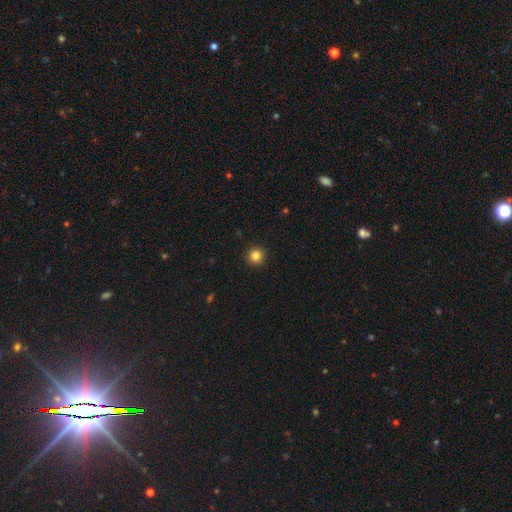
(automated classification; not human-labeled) This appears to be a smooth galaxy with no disk features (83%) that is round (95%). Merging: none (93%).